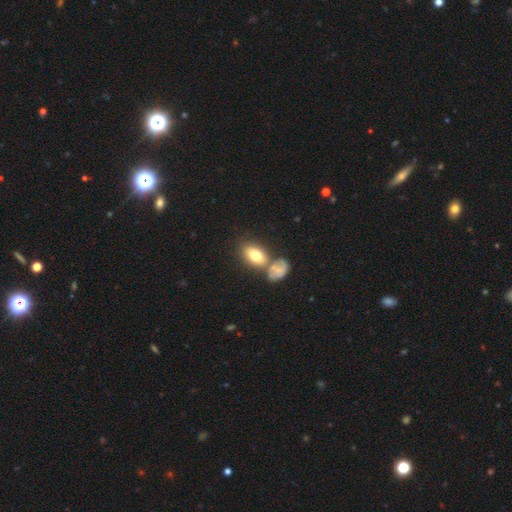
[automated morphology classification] type=smooth (74%); roundness=in between (86%); merging=none (47%).